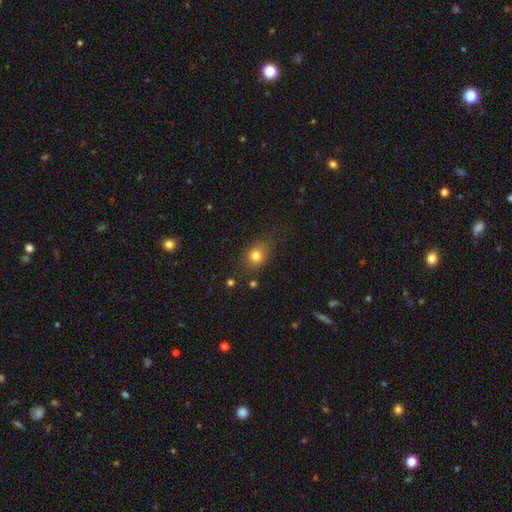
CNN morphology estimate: A smooth galaxy with no disk features (77%) that is round (58%). Merging: none (73%).